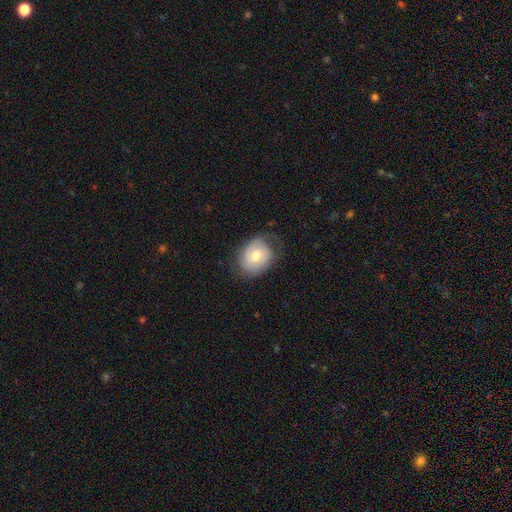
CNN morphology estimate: Smooth or featured?
  - smooth: 50% *
  - featured or disk: 42%
  - star or artifact: 7%
How rounded?
  - in between: 50% *
  - round: 49%
  - cigar-shaped: 1%
Merging?
  - none: 67% *
  - minor disturbance: 24%
  - major disturbance: 8%
  - merger: 1%